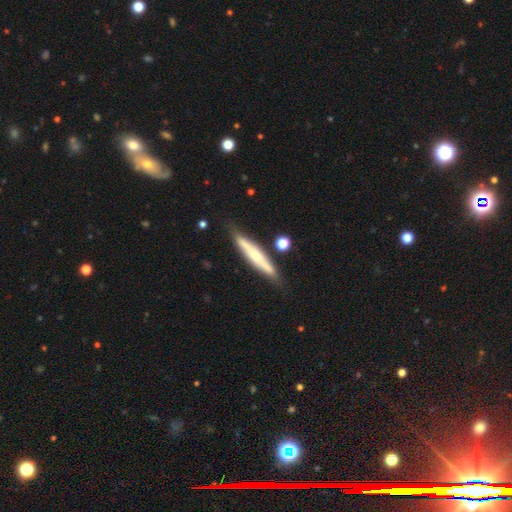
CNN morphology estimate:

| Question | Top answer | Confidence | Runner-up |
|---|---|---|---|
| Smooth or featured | featured or disk | 51% | smooth (42%) |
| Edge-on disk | yes | 88% | no (12%) |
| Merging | none | 78% | minor disturbance (15%) |